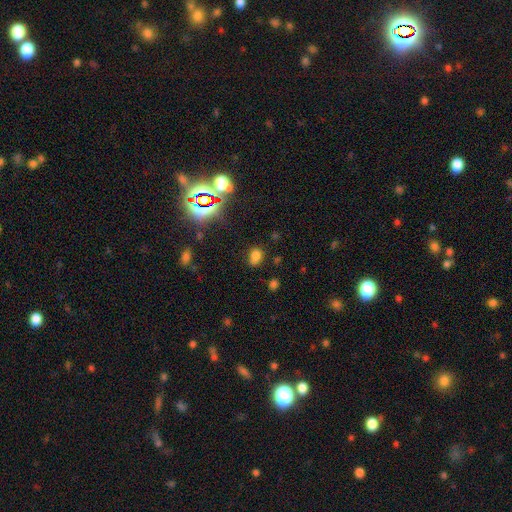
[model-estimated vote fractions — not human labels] Smooth or featured: smooth — 69% (star or artifact — 24%)
How rounded: in between — 71% (round — 27%)
Merging: none — 67% (minor disturbance — 20%)